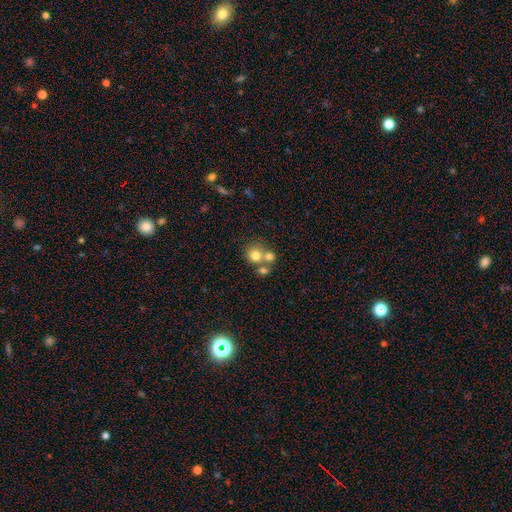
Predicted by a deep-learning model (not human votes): This appears to be a smooth galaxy with no disk features (73%) that is round (85%). Merging: none (46%).